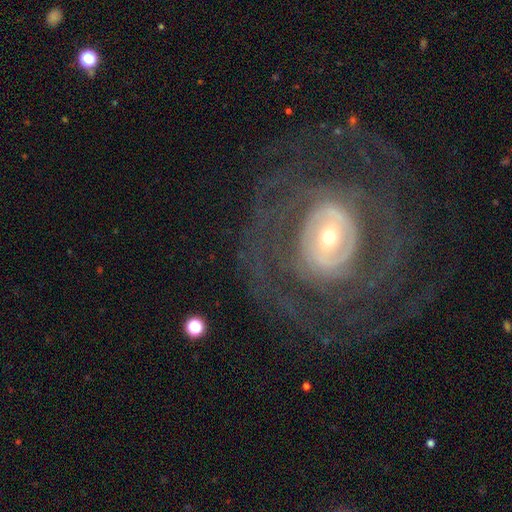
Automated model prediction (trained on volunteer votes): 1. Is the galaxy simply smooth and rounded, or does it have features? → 83% featured or disk, 10% smooth, 7% star or artifact.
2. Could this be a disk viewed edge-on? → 96% no, 4% yes.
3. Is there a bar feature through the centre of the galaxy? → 46% no, 33% weak, 22% strong.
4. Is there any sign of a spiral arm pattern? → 84% yes, 16% no.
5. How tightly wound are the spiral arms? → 59% tight, 28% medium, 12% loose.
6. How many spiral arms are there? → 34% can't tell, 33% 2, 11% 3, 8% 4, 7% 1, 7% more than 4.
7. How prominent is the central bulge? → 50% small, 40% moderate, 7% large, 2% dominant, 1% none.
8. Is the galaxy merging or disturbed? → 70% none, 17% major disturbance, 12% minor disturbance, 1% merger.